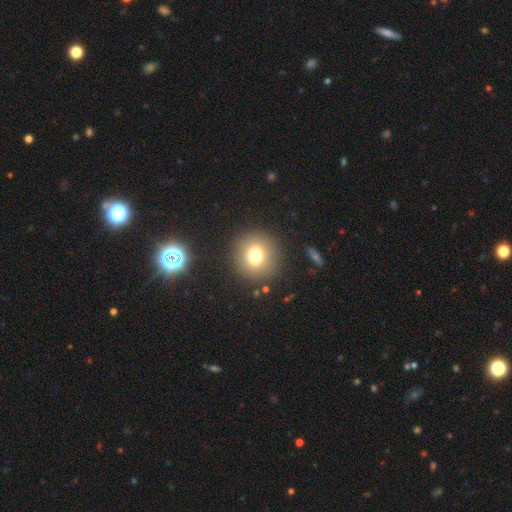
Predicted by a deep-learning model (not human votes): The model was most divided on "smooth or featured": smooth: 73%, star or artifact: 14%, featured or disk: 13%. More confident: how rounded — round (92%); merging — none (88%).